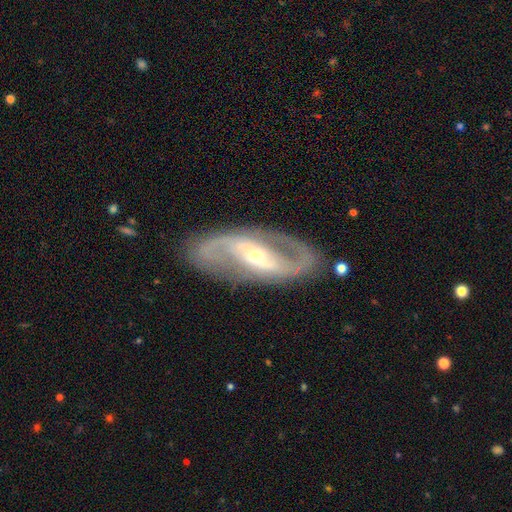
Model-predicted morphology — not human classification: Smooth or featured: featured or disk — 89% (smooth — 6%)
Edge-on disk: no — 95% (yes — 5%)
Bar: strong — 41% (weak — 33%)
Spiral arms: yes — 94% (no — 6%)
Spiral winding: medium — 51% (loose — 28%)
Spiral arm count: 2 — 92% (can't tell — 4%)
Bulge size: small — 56% (moderate — 40%)
Merging: none — 83% (minor disturbance — 11%)